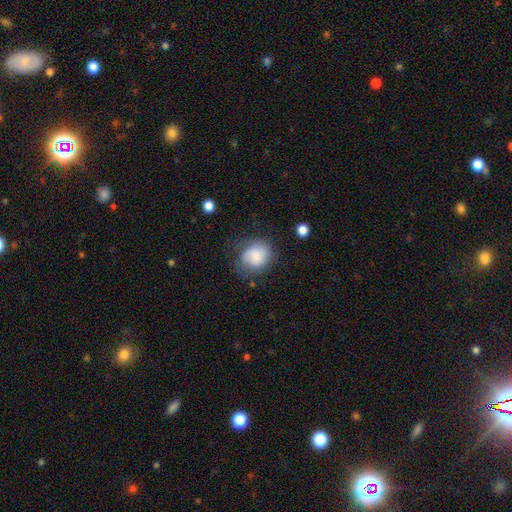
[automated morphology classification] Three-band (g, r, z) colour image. It shows a smooth galaxy with no disk features (76%) that is round (67%). Merging: none (62%).